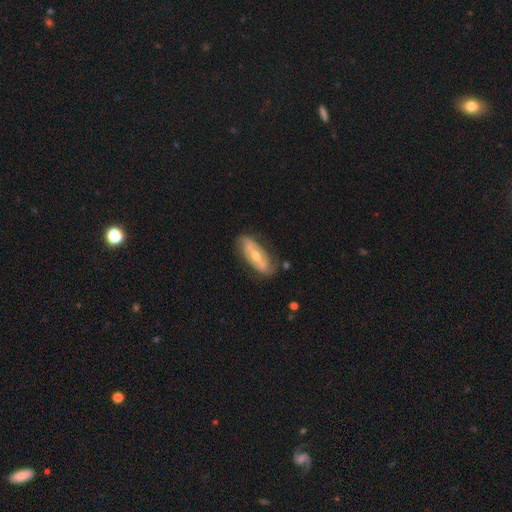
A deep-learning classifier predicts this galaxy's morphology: smooth_or_featured: featured or disk (p=0.70) [alt: smooth p=0.24]
disk_edge_on: no (p=0.85) [alt: yes p=0.15]
bar: no (p=0.43) [alt: weak p=0.33]
has_spiral_arms: yes (p=0.68) [alt: no p=0.32]
bulge_size: moderate (p=0.65) [alt: small p=0.30]
merging: none (p=0.77) [alt: minor disturbance p=0.16]